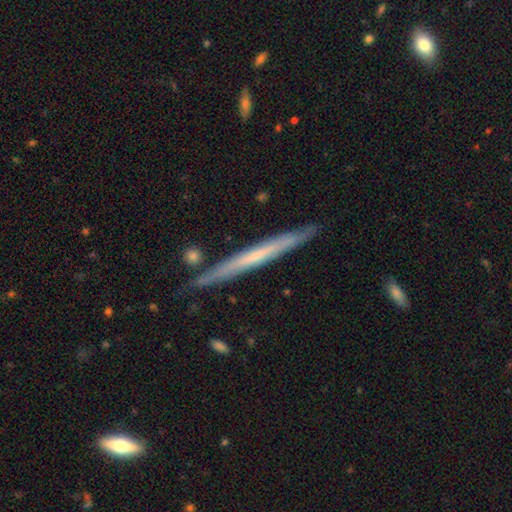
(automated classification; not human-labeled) This is possibly a featured or disk galaxy (59%). It is clearly viewed edge-on (96%). Edge-on bulge: likely none (80%). Merging: clearly none (87%).